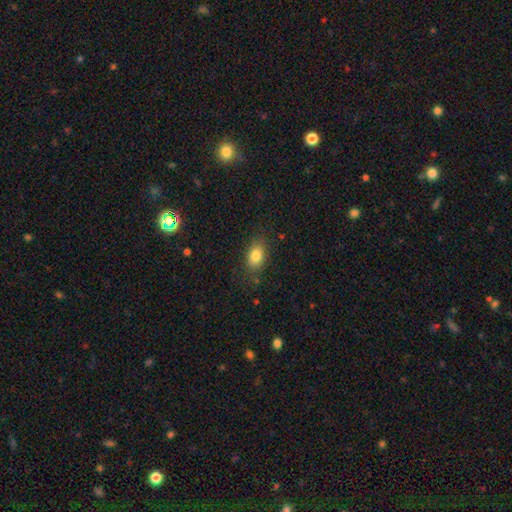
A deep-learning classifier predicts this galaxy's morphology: Smooth or featured? Predicted: smooth (p=0.83). How rounded? Predicted: in between (p=0.83). Merging? Predicted: none (p=0.81).